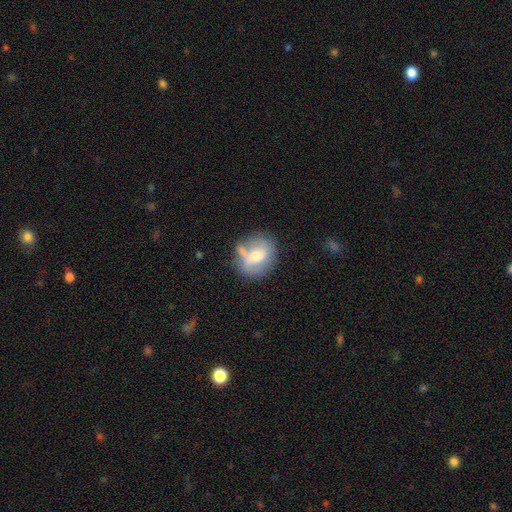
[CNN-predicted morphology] Q: Smooth or featured?
A: smooth (60%); runner-up: featured or disk (32%)
Q: How rounded?
A: round (60%); runner-up: in between (38%)
Q: Merging?
A: none (47%); runner-up: minor disturbance (24%)